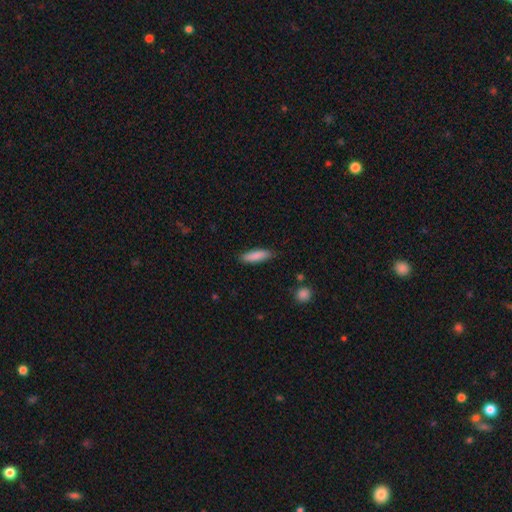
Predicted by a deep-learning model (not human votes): A smooth galaxy with no disk features (86%) that is cigar-shaped (65%).

Vote fractions:
- Smooth or featured? smooth: 86% / featured or disk: 7% / star or artifact: 6%
- How rounded? cigar-shaped: 65% / in between: 34% / round: 1%
- Merging? none: 85% / minor disturbance: 12% / major disturbance: 2% / merger: 1%